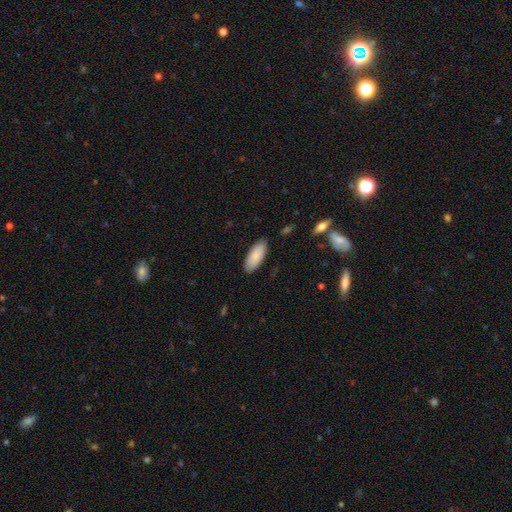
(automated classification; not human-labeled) A smooth galaxy with no disk features (87%) that is in between round and cigar-shaped (83%). Merging: none (87%).